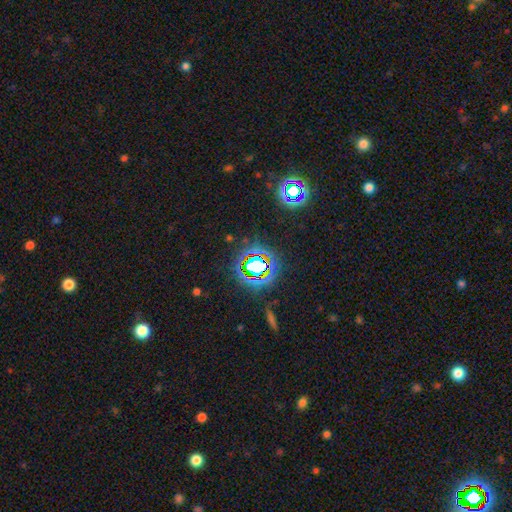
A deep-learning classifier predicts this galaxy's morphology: Smooth or featured? Predicted: star or artifact (p=0.74).